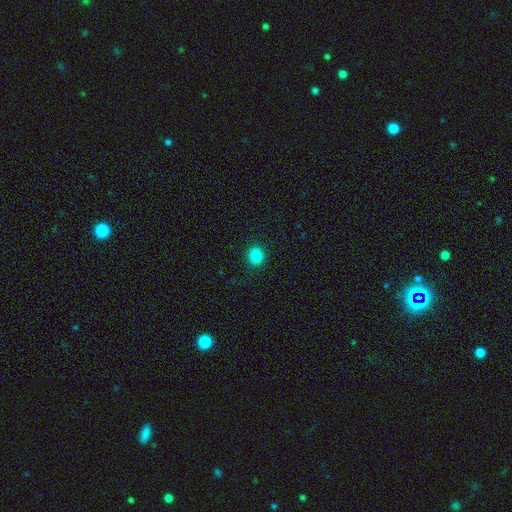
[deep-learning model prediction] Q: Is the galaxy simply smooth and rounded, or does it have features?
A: smooth — 86%.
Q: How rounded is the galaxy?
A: round — 75%.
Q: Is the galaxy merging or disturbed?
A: none — 90%.